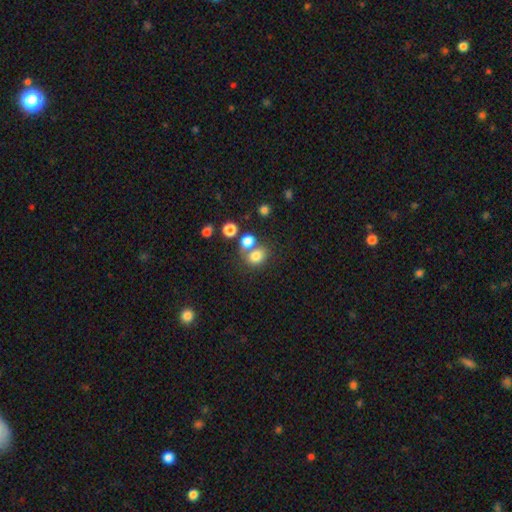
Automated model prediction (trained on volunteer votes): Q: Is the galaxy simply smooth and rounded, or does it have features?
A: smooth — 78%.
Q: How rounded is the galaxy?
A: round — 55%.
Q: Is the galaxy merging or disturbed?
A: none — 47%.